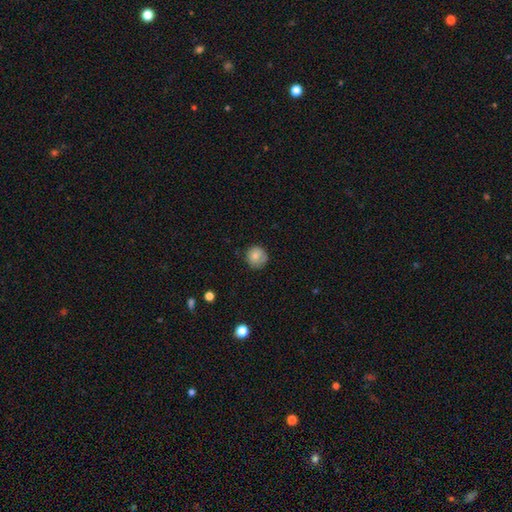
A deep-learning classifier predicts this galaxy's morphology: Overall: smooth (79%). How rounded: round (90%). Merging: none (75%).